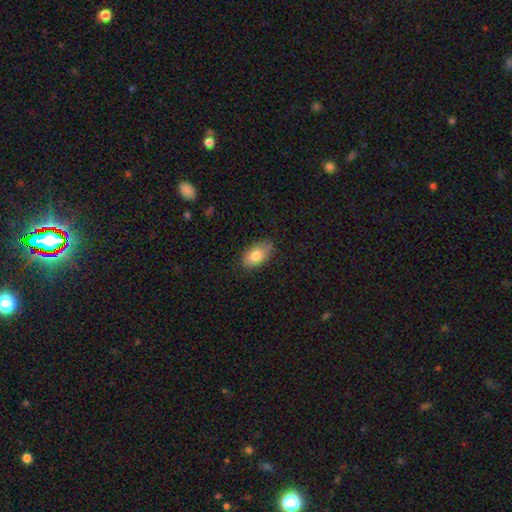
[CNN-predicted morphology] Smooth or featured?
  - smooth: 81% *
  - featured or disk: 12%
  - star or artifact: 7%
How rounded?
  - in between: 92% *
  - round: 6%
  - cigar-shaped: 2%
Merging?
  - none: 82% *
  - minor disturbance: 14%
  - major disturbance: 3%
  - merger: 1%